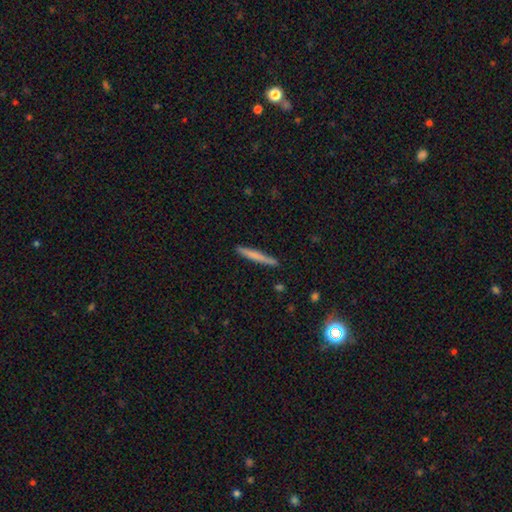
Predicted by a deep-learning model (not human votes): Morphology: type=smooth (66%); roundness=cigar-shaped (96%); merging=none (89%).